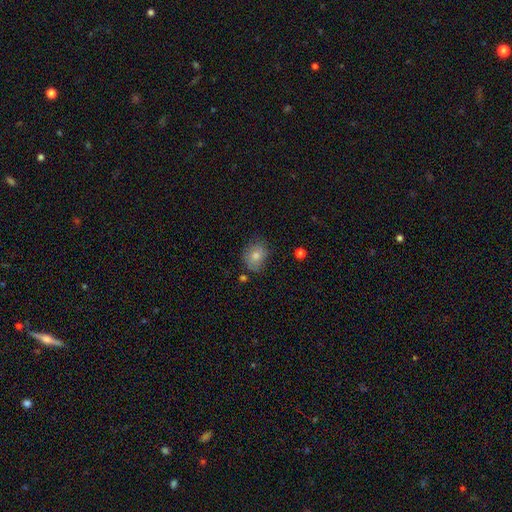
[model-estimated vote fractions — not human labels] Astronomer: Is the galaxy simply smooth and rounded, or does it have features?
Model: smooth — 67%.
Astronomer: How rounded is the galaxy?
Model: round — 50% (runner-up: in between, 48%).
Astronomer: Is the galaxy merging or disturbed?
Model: none — 73%.